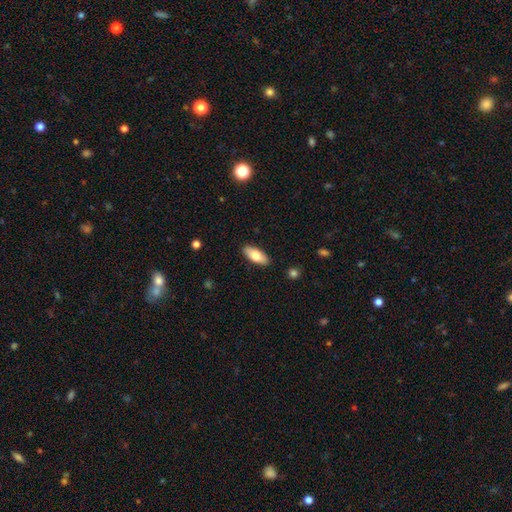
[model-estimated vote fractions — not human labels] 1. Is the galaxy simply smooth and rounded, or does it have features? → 74% smooth, 20% featured or disk, 6% star or artifact.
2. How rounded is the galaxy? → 81% in between, 17% cigar-shaped, 2% round.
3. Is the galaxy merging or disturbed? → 89% none, 8% minor disturbance, 2% major disturbance, 1% merger.